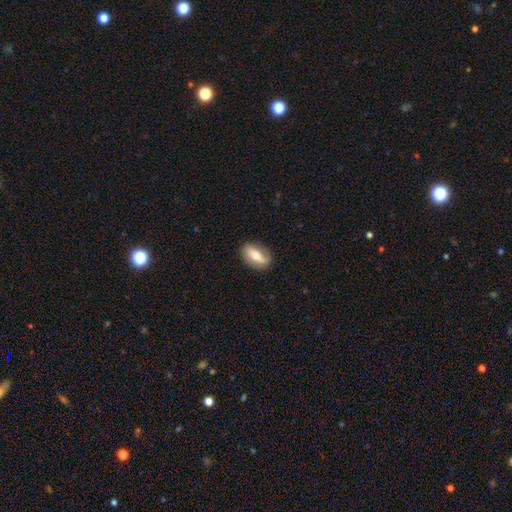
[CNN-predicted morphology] Smooth or featured: smooth — 53% (featured or disk — 40%)
How rounded: in between — 82% (cigar-shaped — 9%)
Merging: none — 83% (minor disturbance — 13%)